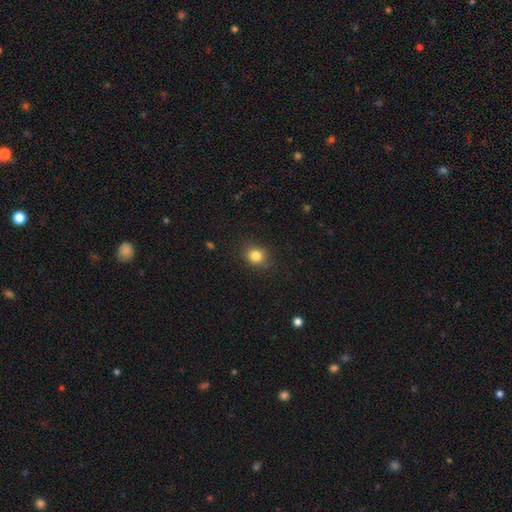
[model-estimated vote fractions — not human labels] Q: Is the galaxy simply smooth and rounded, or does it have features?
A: smooth — 83%.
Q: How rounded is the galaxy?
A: round — 73%.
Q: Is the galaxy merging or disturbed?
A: none — 84%.